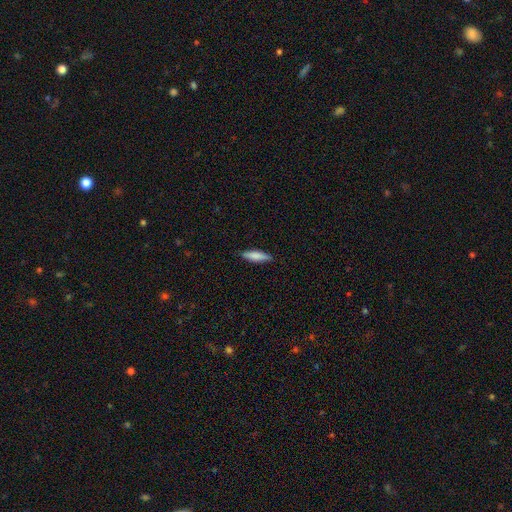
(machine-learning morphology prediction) This is clearly a smooth galaxy (81%). How rounded: likely cigar-shaped (69%). Merging: clearly none (87%).